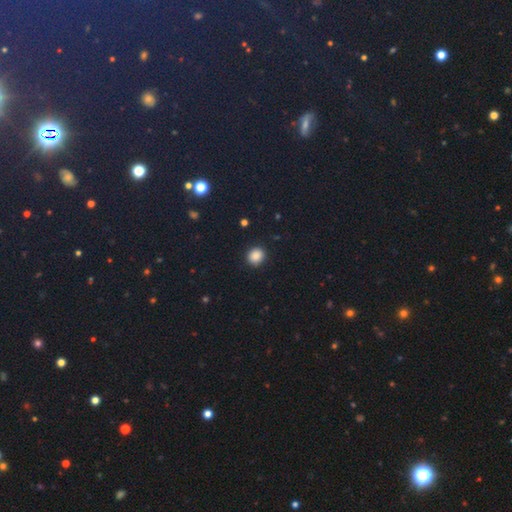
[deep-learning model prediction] A smooth galaxy with no disk features (87%) that is round (80%).

Vote fractions:
- Smooth or featured? smooth: 87% / star or artifact: 11% / featured or disk: 3%
- How rounded? round: 80% / in between: 19% / cigar-shaped: 1%
- Merging? none: 90% / minor disturbance: 7% / major disturbance: 2% / merger: 1%